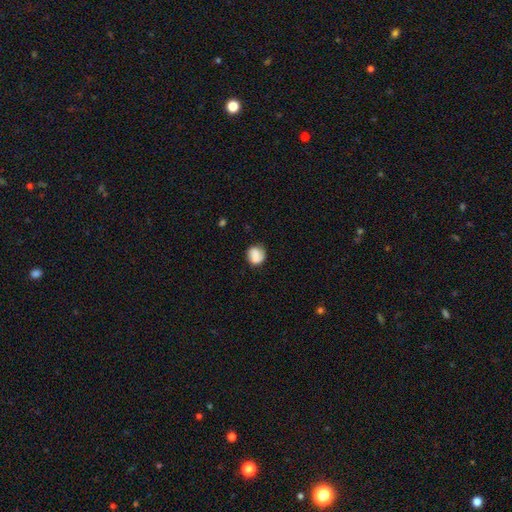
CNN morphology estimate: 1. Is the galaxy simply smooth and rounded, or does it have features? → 77% smooth, 15% featured or disk, 9% star or artifact.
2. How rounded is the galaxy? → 81% round, 18% in between, 1% cigar-shaped.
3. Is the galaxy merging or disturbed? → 73% none, 19% minor disturbance, 6% major disturbance, 2% merger.